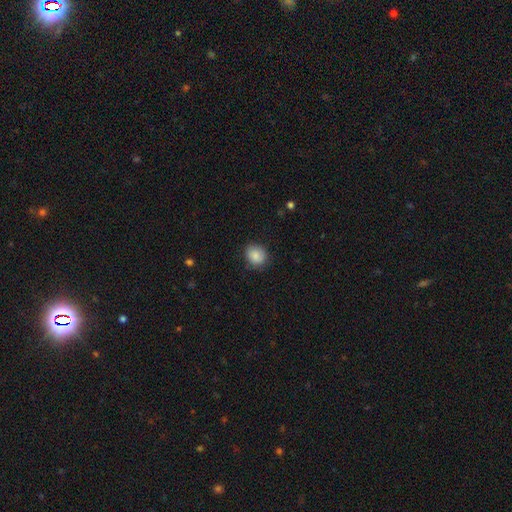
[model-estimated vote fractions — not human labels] This appears to be a smooth galaxy with no disk features (86%) that is round (61%). Merging: none (80%).